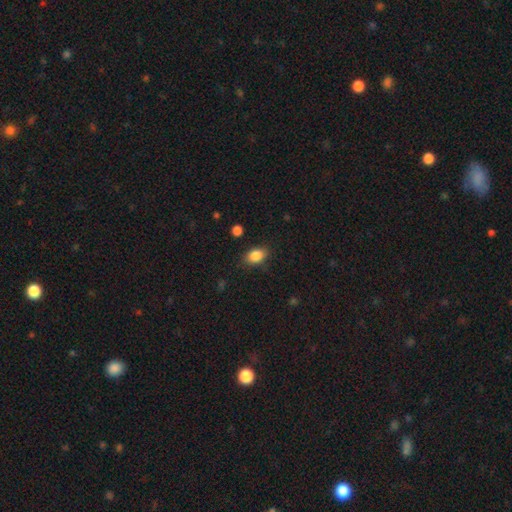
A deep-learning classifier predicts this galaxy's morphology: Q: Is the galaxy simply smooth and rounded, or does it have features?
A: smooth — 87%.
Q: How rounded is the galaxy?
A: in between — 79%.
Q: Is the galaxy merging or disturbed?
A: none — 83%.